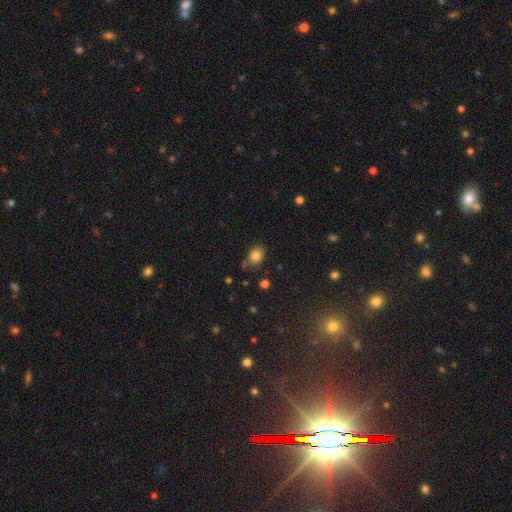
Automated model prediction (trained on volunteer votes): Smooth or featured: smooth — 83% (star or artifact — 11%)
How rounded: in between — 65% (round — 33%)
Merging: none — 70% (minor disturbance — 19%)